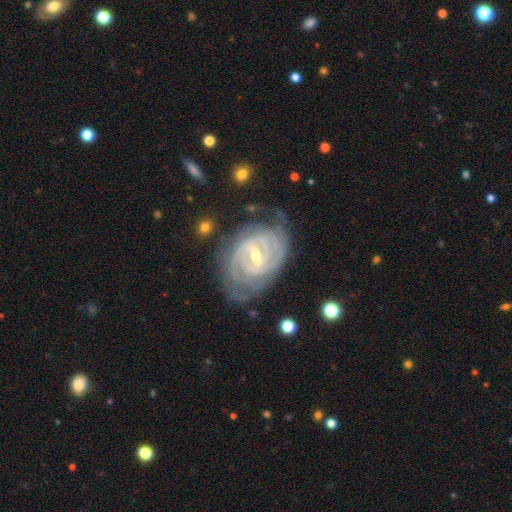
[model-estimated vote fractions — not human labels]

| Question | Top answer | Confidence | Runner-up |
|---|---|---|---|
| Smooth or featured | featured or disk | 92% | star or artifact (4%) |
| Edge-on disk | no | 97% | yes (3%) |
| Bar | strong | 47% | weak (42%) |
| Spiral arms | yes | 98% | no (2%) |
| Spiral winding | tight | 78% | medium (19%) |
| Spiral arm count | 2 | 41% | 3 (19%) |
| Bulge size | small | 60% | moderate (37%) |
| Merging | none | 71% | minor disturbance (20%) |